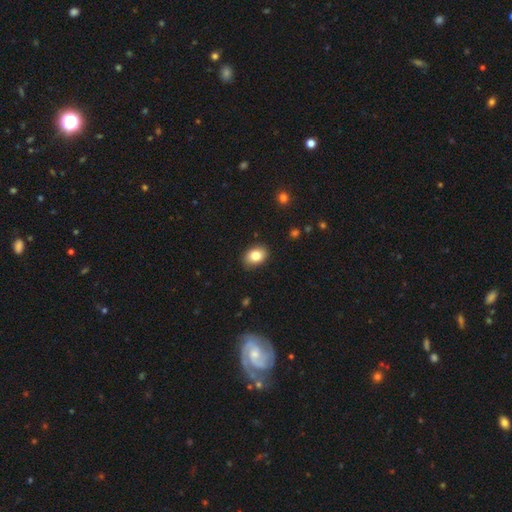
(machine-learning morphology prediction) A smooth galaxy with no disk features (82%) that is in between round and cigar-shaped (74%).

Vote fractions:
- Smooth or featured? smooth: 82% / featured or disk: 9% / star or artifact: 9%
- How rounded? in between: 74% / round: 25% / cigar-shaped: 1%
- Merging? none: 86% / minor disturbance: 10% / major disturbance: 2% / merger: 1%